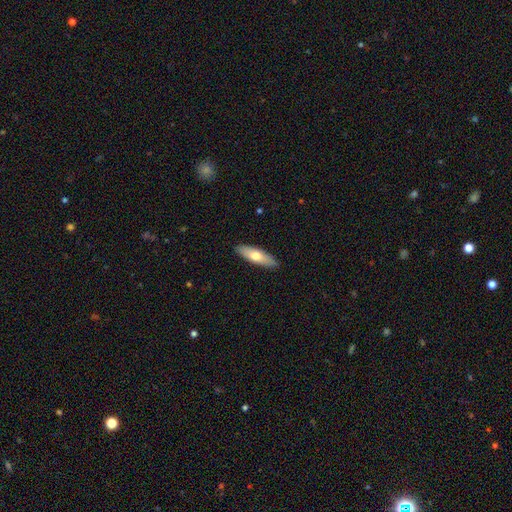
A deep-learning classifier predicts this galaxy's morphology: Smooth or featured? Predicted: smooth (p=0.63). How rounded? Predicted: cigar-shaped (p=0.50). Merging? Predicted: none (p=0.89).